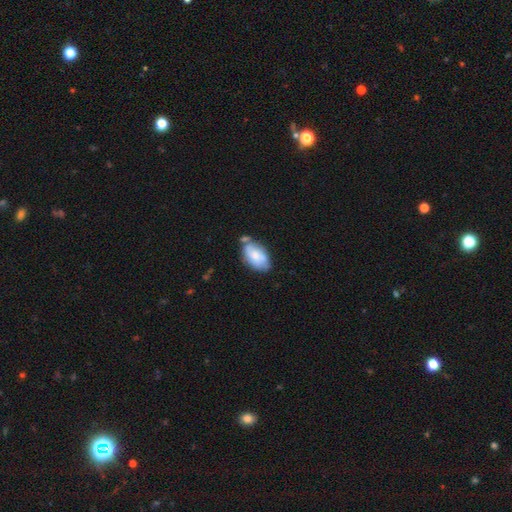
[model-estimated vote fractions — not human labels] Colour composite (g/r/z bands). It shows a smooth galaxy with no disk features (66%) that is in between round and cigar-shaped (94%). Merging: none (48%).